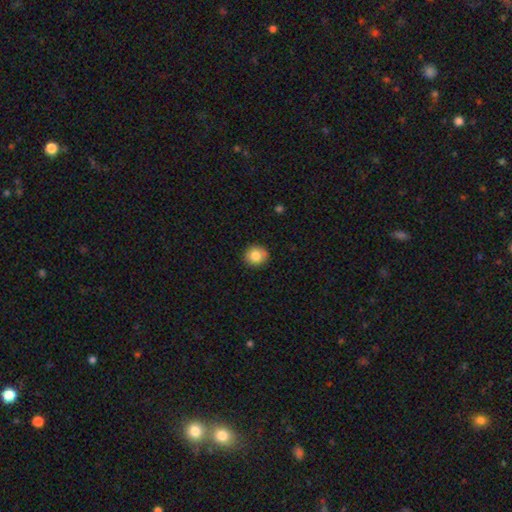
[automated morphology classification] Overall: smooth (84%). How rounded: round (84%). Merging: none (90%).